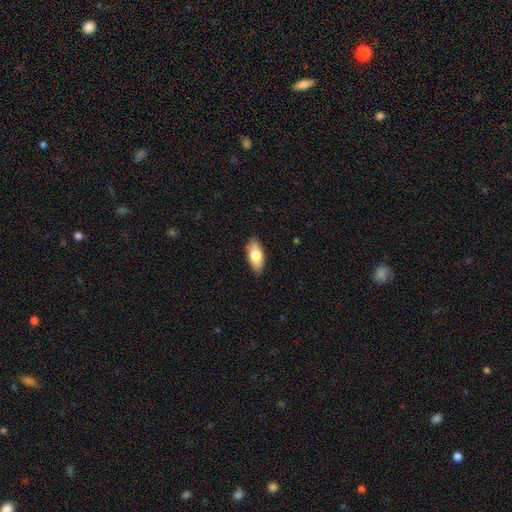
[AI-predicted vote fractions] This appears to be a smooth galaxy with no disk features (75%) that is in between round and cigar-shaped (86%). Merging: none (86%).